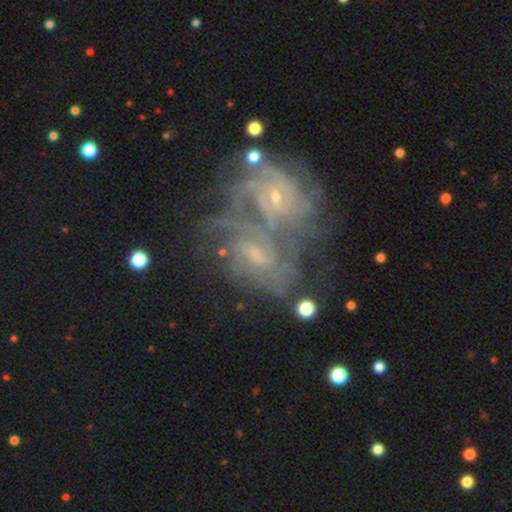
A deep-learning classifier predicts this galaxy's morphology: A featured or disk galaxy (82%) with no bar (45%), tight (58%) spiral arms (92%) and a small central bulge (60%).

Vote fractions:
- Smooth or featured? featured or disk: 82% / smooth: 9% / star or artifact: 9%
- Edge-on disk? no: 97% / yes: 3%
- Bar? no: 45% / weak: 42% / strong: 13%
- Spiral arms? yes: 92% / no: 8%
- Spiral winding? tight: 58% / medium: 33% / loose: 9%
- Spiral arm count? can't tell: 38% / 3: 19% / 4: 16% / 2: 11% / more than 4: 9% / 1: 7%
- Bulge size? small: 60% / moderate: 28% / none: 8% / large: 3% / dominant: 1%
- Merging? merger: 62% / none: 20% / minor disturbance: 9% / major disturbance: 9%